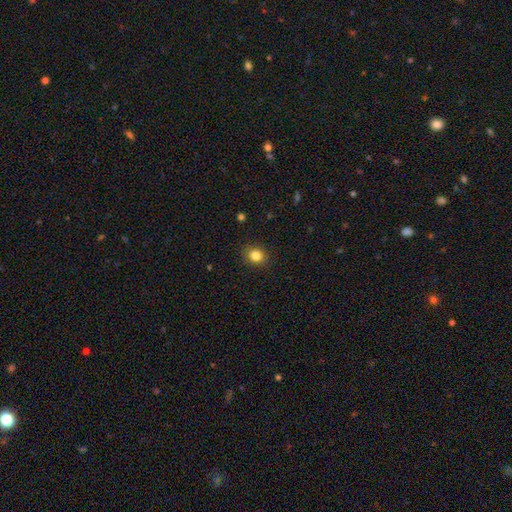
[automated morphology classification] A smooth galaxy with no disk features (83%) that is round (71%).

Vote fractions:
- Smooth or featured? smooth: 83% / star or artifact: 11% / featured or disk: 5%
- How rounded? round: 71% / in between: 28% / cigar-shaped: 1%
- Merging? none: 89% / minor disturbance: 8% / major disturbance: 2% / merger: 1%